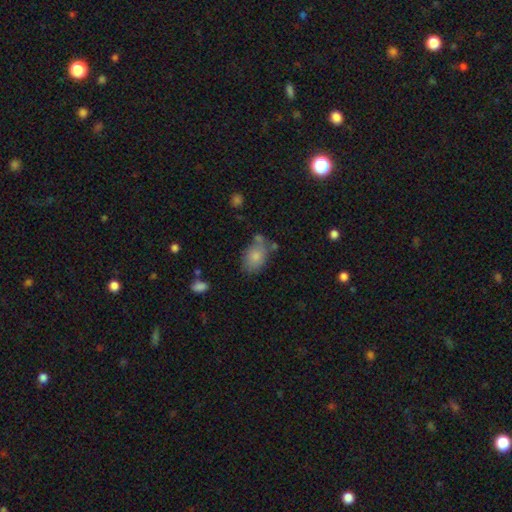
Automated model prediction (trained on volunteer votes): smooth_or_featured: smooth (p=0.80) [alt: featured or disk p=0.11]
how_rounded: in between (p=0.82) [alt: round p=0.16]
merging: none (p=0.59) [alt: minor disturbance p=0.21]